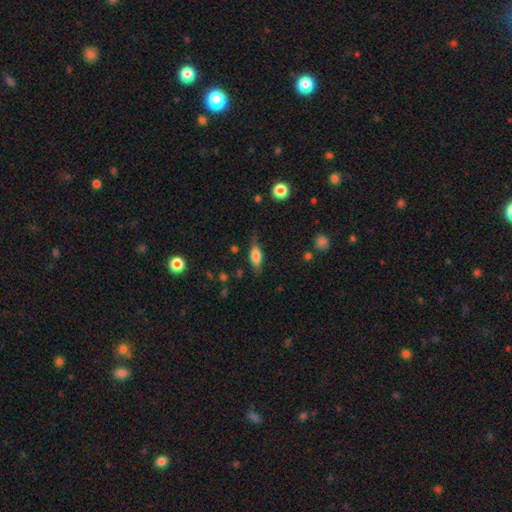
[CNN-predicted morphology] The model was most divided on "smooth or featured": smooth: 59%, featured or disk: 33%, star or artifact: 8%. More confident: merging — none (74%); how rounded — in between (69%).